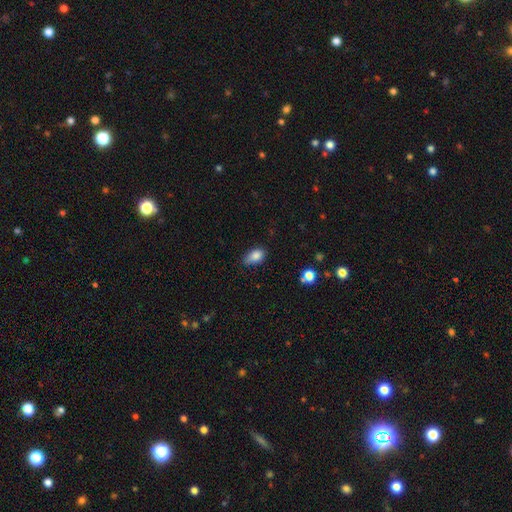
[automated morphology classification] A smooth galaxy with no disk features (84%) that is in between round and cigar-shaped (88%).

Vote fractions:
- Smooth or featured? smooth: 84% / star or artifact: 9% / featured or disk: 7%
- How rounded? in between: 88% / round: 9% / cigar-shaped: 3%
- Merging? none: 56% / minor disturbance: 35% / major disturbance: 6% / merger: 2%